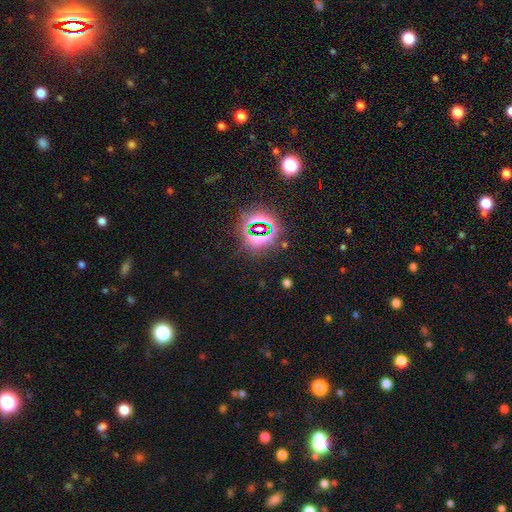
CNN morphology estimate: Smooth or featured? star or artifact (79%)